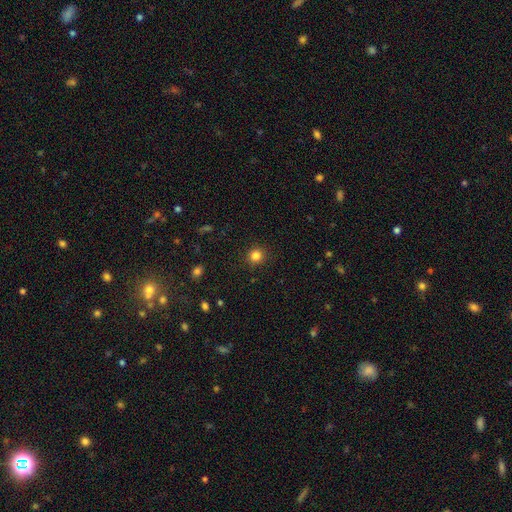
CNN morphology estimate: Overall: smooth (83%). How rounded: round (93%). Merging: none (91%).